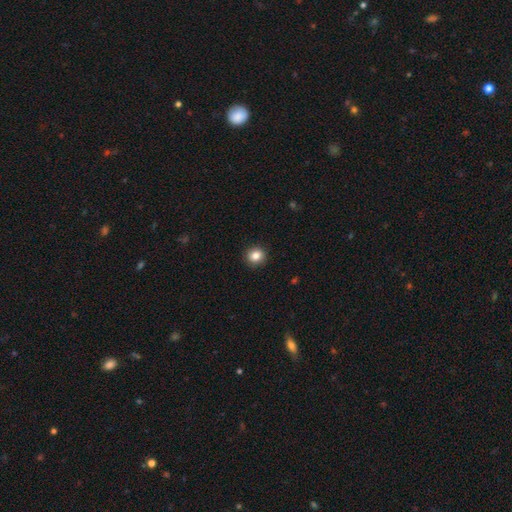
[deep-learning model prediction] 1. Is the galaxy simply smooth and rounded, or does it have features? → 84% smooth, 10% star or artifact, 6% featured or disk.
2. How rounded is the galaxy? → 87% round, 12% in between, 1% cigar-shaped.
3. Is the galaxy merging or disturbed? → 92% none, 5% minor disturbance, 2% major disturbance, 1% merger.